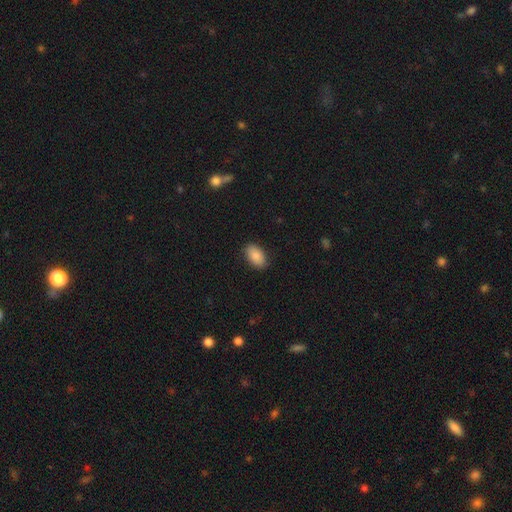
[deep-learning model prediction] Smooth or featured?
  - smooth: 87% *
  - star or artifact: 7%
  - featured or disk: 6%
How rounded?
  - in between: 92% *
  - round: 6%
  - cigar-shaped: 1%
Merging?
  - none: 88% *
  - minor disturbance: 9%
  - major disturbance: 2%
  - merger: 1%